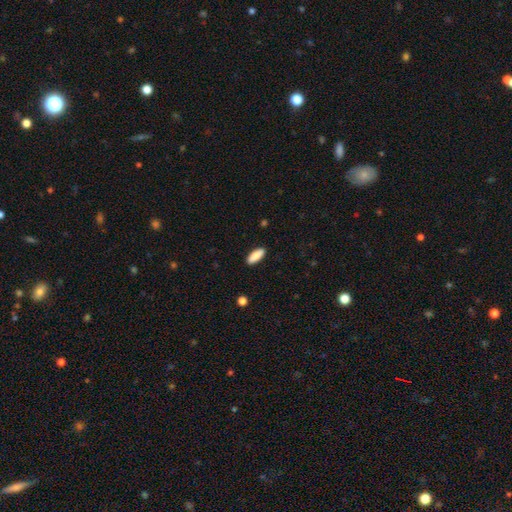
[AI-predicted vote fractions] Morphology: type=smooth (86%); roundness=in between (73%); merging=none (89%).